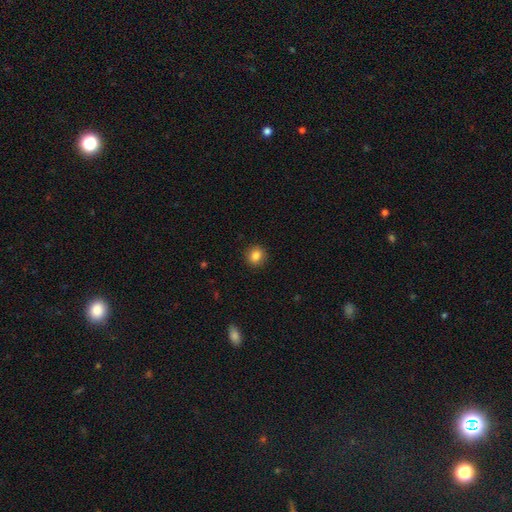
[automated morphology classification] The model was most divided on "how rounded": round: 87%, in between: 12%, cigar-shaped: 1%. More confident: merging — none (91%); smooth or featured — smooth (85%).